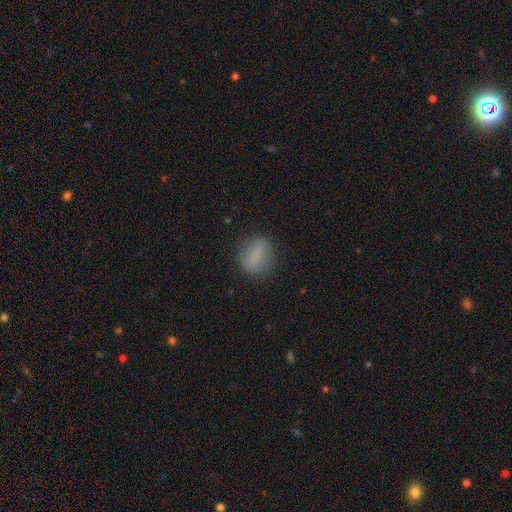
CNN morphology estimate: type=smooth (78%); roundness=in between (52%); merging=none (79%).